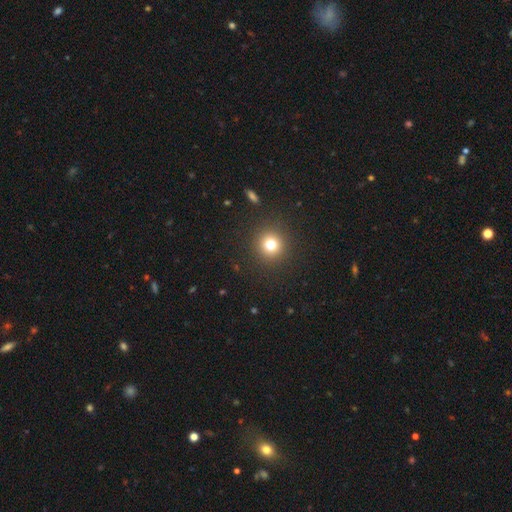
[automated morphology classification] Smooth or featured? Predicted: smooth (p=0.68). How rounded? Predicted: round (p=0.95). Merging? Predicted: none (p=0.92).